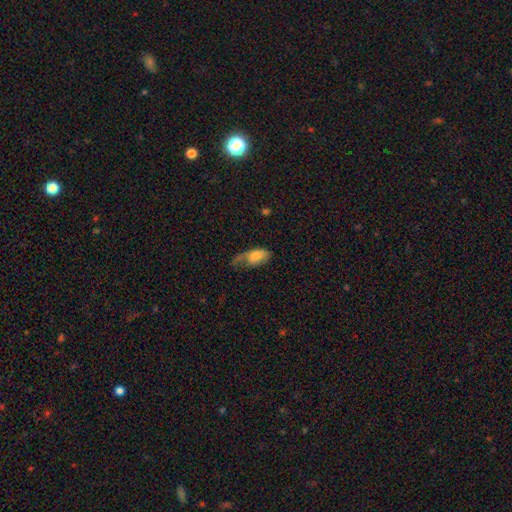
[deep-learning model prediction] Q: Smooth or featured?
A: smooth (64%); runner-up: featured or disk (29%)
Q: How rounded?
A: in between (91%); runner-up: round (6%)
Q: Merging?
A: major disturbance (43%); runner-up: minor disturbance (28%)